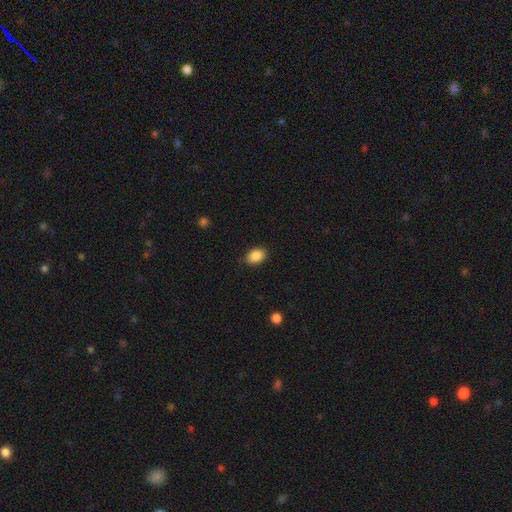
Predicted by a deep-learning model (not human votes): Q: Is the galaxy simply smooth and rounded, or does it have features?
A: smooth — 88%.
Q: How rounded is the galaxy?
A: in between — 81%.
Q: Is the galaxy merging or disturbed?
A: none — 87%.